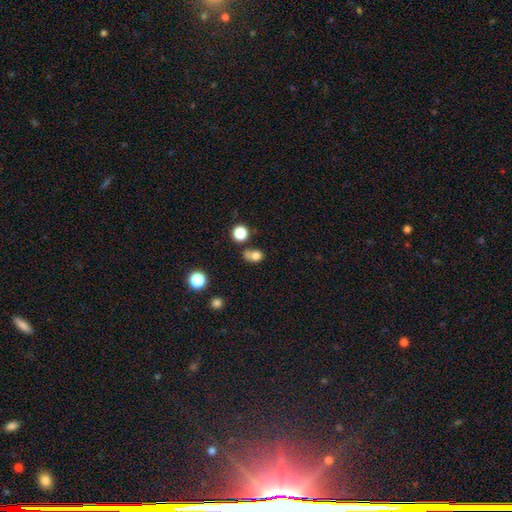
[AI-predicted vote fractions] Q: Smooth or featured?
A: smooth (76%); runner-up: star or artifact (14%)
Q: How rounded?
A: in between (51%); runner-up: round (47%)
Q: Merging?
A: none (43%); runner-up: minor disturbance (24%)